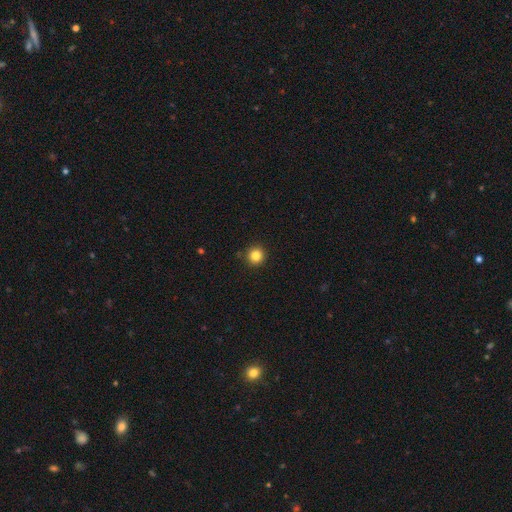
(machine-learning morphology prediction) smooth-or-featured: smooth: 84% | star or artifact: 11% | featured or disk: 5%
  how-rounded: round: 95% | in between: 4% | cigar-shaped: 1%
  merging: none: 91% | minor disturbance: 6% | major disturbance: 2% | merger: 1%